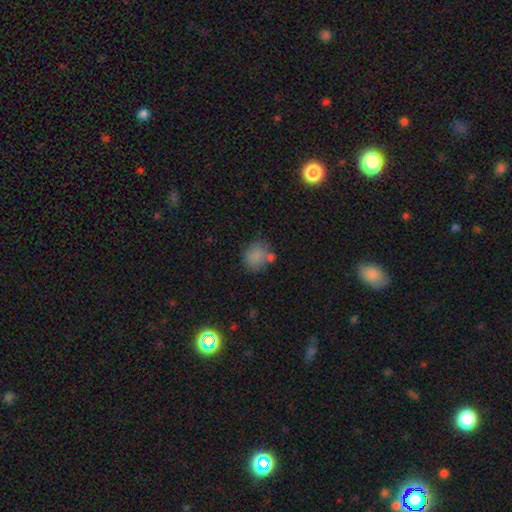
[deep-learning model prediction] A smooth galaxy with no disk features (80%) that is round (75%).

Vote fractions:
- Smooth or featured? smooth: 80% / star or artifact: 11% / featured or disk: 9%
- How rounded? round: 75% / in between: 24% / cigar-shaped: 1%
- Merging? none: 61% / minor disturbance: 18% / merger: 14% / major disturbance: 7%